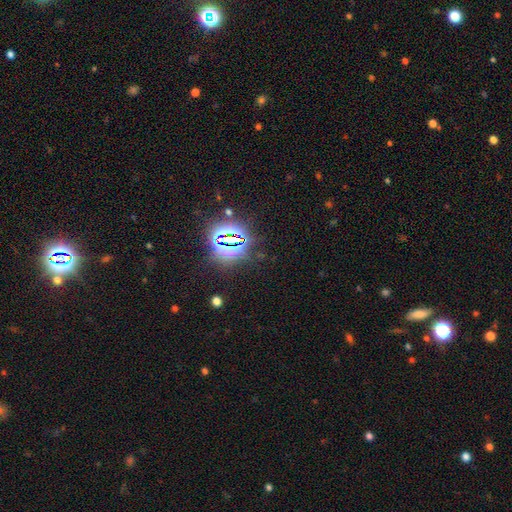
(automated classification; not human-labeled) The model was most divided on "smooth or featured": star or artifact: 83%, smooth: 10%, featured or disk: 7%.